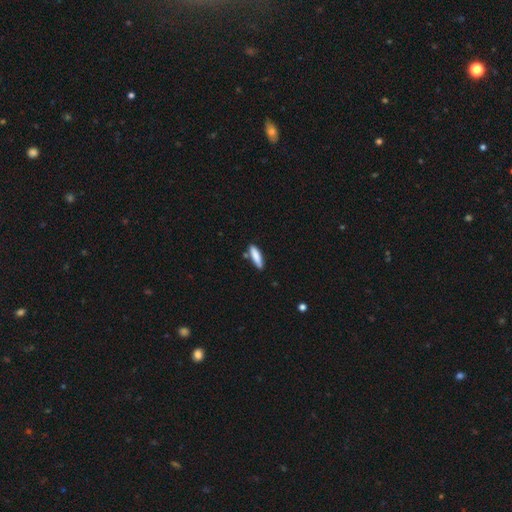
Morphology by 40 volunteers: smooth 82%, featured or disk 10%, star or artifact 8%. Down the decision tree: how rounded — cigar-shaped (76%); merging — none (78%).